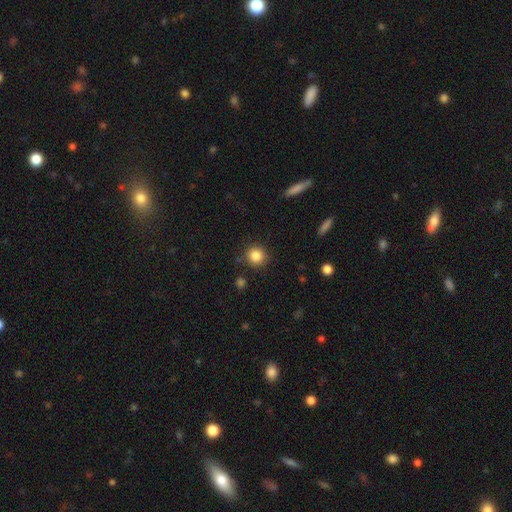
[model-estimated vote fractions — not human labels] smooth 84%, star or artifact 11%, featured or disk 5%. Down the decision tree: how rounded — round (90%); merging — none (87%).